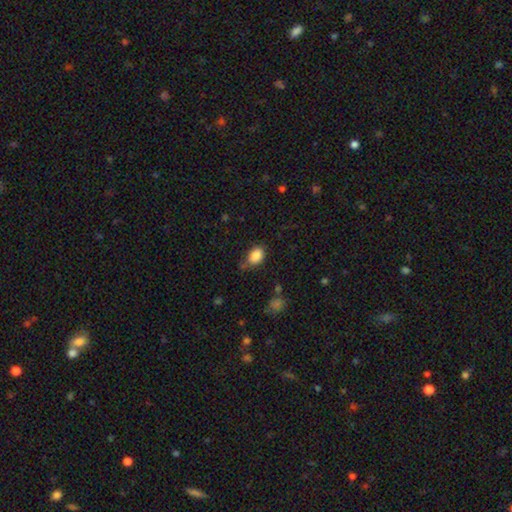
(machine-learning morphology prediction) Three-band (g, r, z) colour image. It shows a smooth galaxy with no disk features (87%) that is in between round and cigar-shaped (83%). Merging: none (64%).